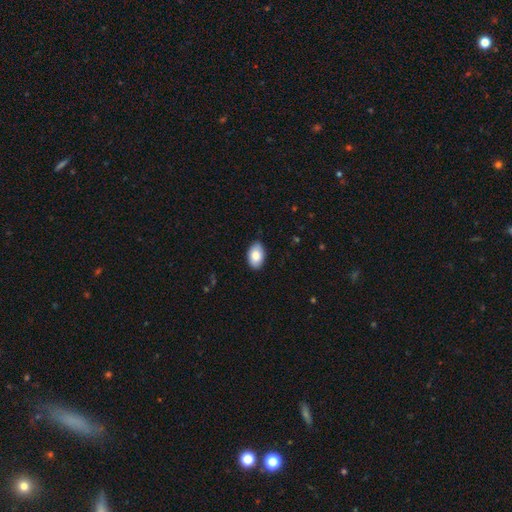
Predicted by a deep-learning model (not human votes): This appears to be a smooth galaxy with no disk features (86%) that is in between round and cigar-shaped (93%). Merging: none (87%).